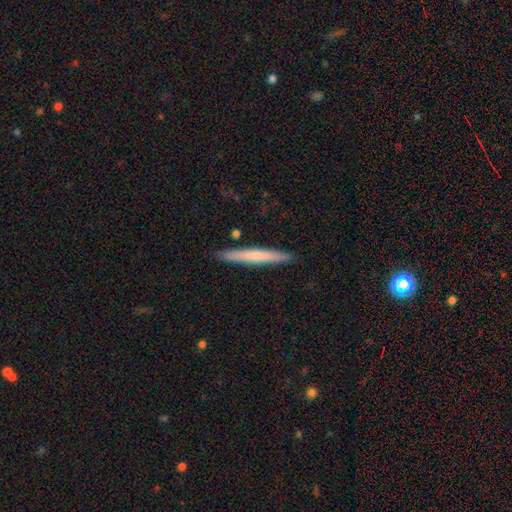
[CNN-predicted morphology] Smooth or featured? Predicted: smooth (p=0.61). How rounded? Predicted: cigar-shaped (p=0.96). Merging? Predicted: none (p=0.90).